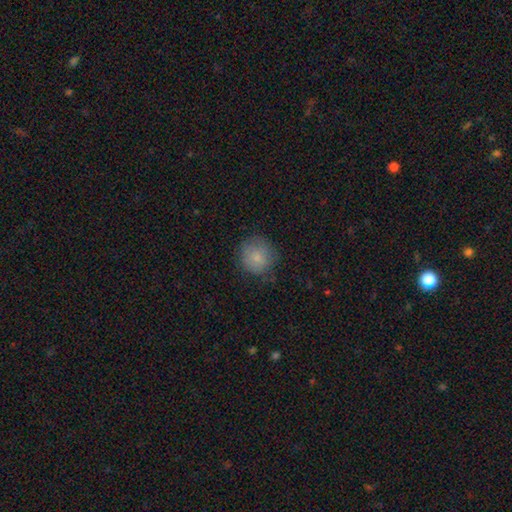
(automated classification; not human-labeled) Smooth or featured? smooth (80%)
How rounded? round (90%)
Merging? none (76%)